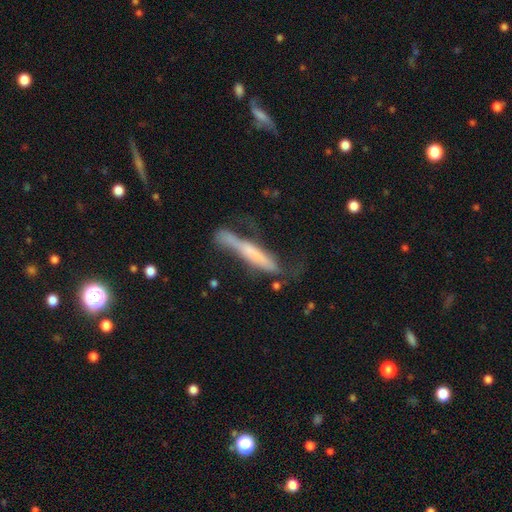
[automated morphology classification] A smooth galaxy with no disk features (47%). Merging: none (41%).